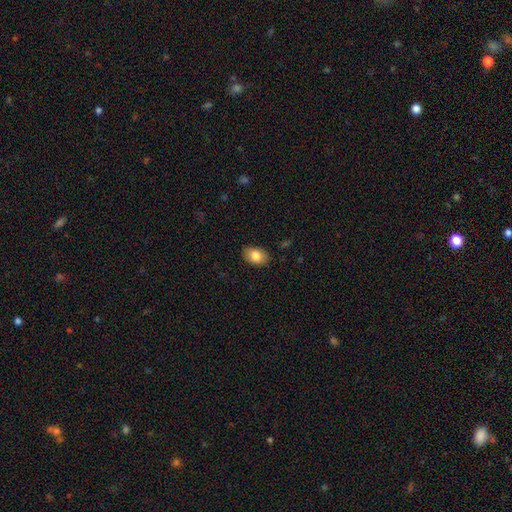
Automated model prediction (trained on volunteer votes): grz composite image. It shows a smooth galaxy with no disk features (83%) that is in between round and cigar-shaped (85%). Merging: none (87%).